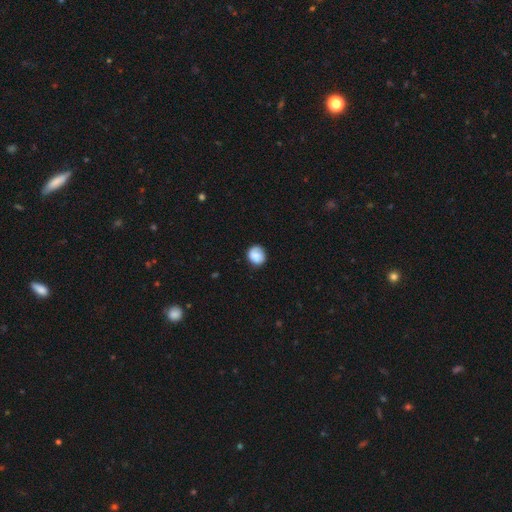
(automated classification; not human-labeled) The model was most divided on "merging": none: 78%, minor disturbance: 16%, major disturbance: 4%, merger: 1%. More confident: how rounded — round (82%); smooth or featured — smooth (81%).